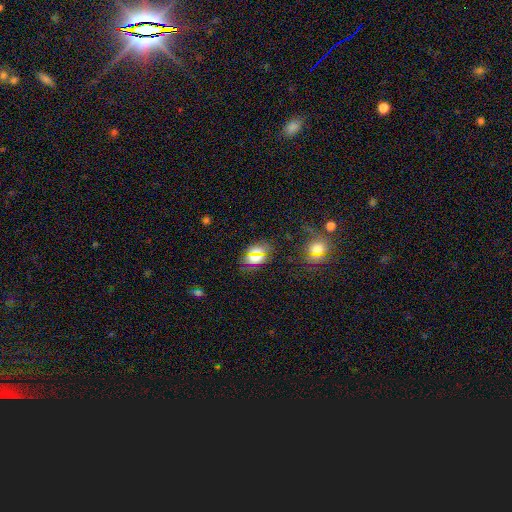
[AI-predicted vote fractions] Morphology: type=smooth (57%); roundness=in between (72%); merging=none (80%).